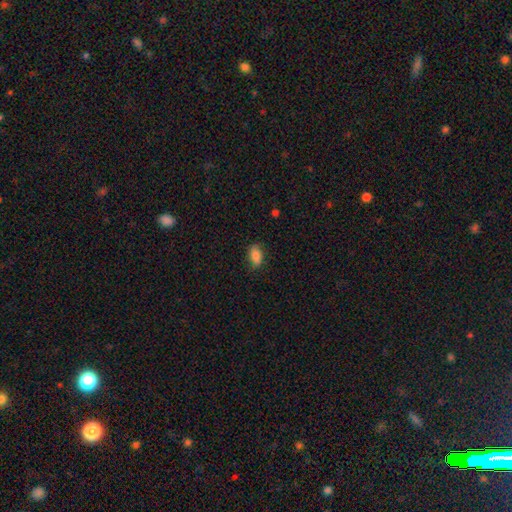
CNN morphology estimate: The model was most divided on "merging": none: 75%, minor disturbance: 20%, major disturbance: 4%, merger: 1%. More confident: how rounded — in between (89%); smooth or featured — smooth (83%).